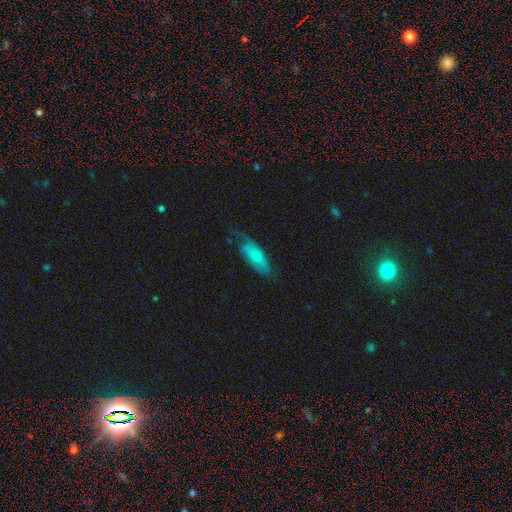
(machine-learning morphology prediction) Smooth or featured? smooth (52%)
How rounded? in between (77%)
Merging? none (47%)